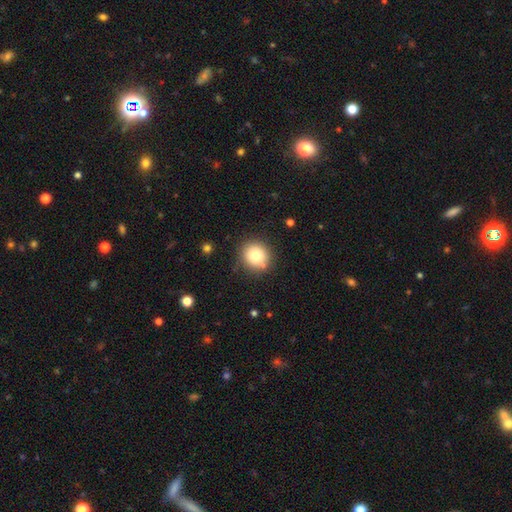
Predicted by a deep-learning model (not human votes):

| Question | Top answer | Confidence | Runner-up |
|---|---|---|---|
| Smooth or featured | smooth | 80% | star or artifact (10%) |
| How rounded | round | 89% | in between (10%) |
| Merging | none | 84% | minor disturbance (10%) |